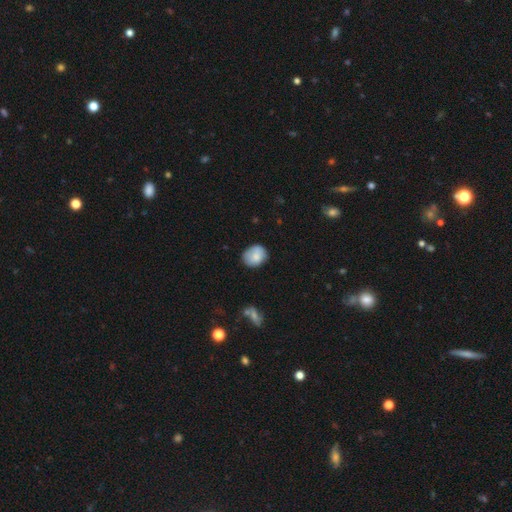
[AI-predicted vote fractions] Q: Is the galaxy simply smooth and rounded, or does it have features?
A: smooth — 78%.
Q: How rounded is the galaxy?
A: round — 54%.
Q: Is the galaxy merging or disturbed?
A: none — 67%.